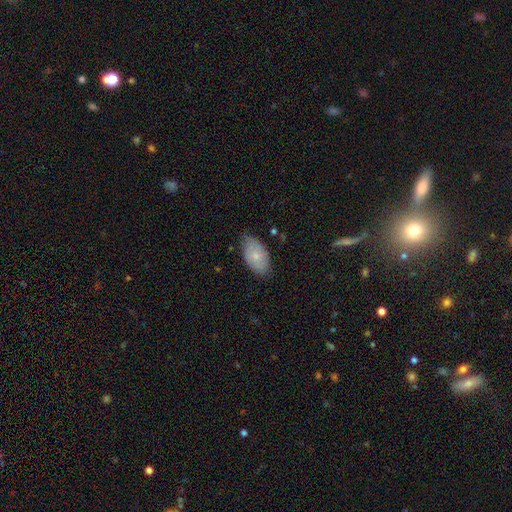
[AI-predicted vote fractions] smooth-or-featured: smooth: 73% | featured or disk: 21% | star or artifact: 6%
  how-rounded: in between: 94% | round: 4% | cigar-shaped: 2%
  merging: none: 72% | minor disturbance: 23% | major disturbance: 3% | merger: 1%